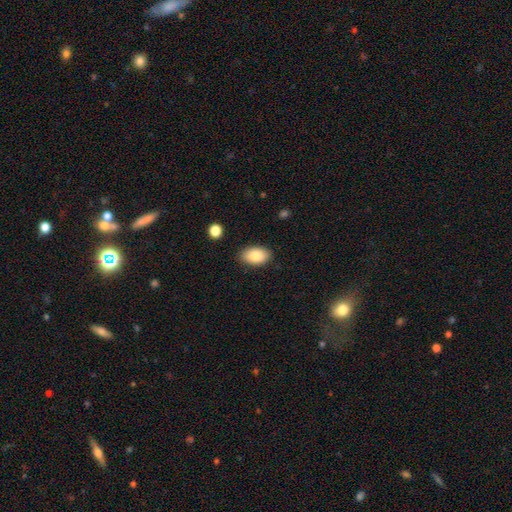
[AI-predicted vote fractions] smooth 85%, featured or disk 8%, star or artifact 7%. Down the decision tree: how rounded — in between (92%); merging — none (86%).